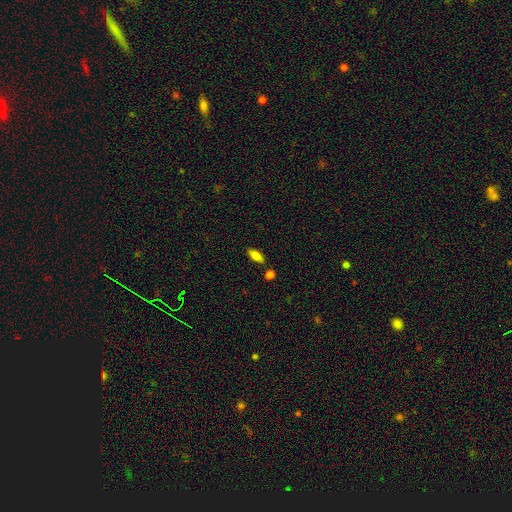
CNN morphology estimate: smooth-or-featured: smooth: 82% | featured or disk: 10% | star or artifact: 8%
  how-rounded: in between: 80% | cigar-shaped: 17% | round: 3%
  merging: none: 80% | minor disturbance: 10% | merger: 7% | major disturbance: 2%